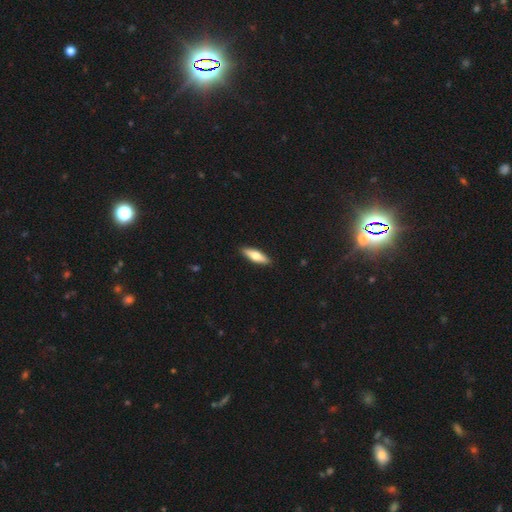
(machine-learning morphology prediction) smooth_or_featured: smooth (p=0.63) [alt: featured or disk p=0.32]
how_rounded: cigar-shaped (p=0.55) [alt: in between p=0.43]
merging: none (p=0.91) [alt: minor disturbance p=0.07]